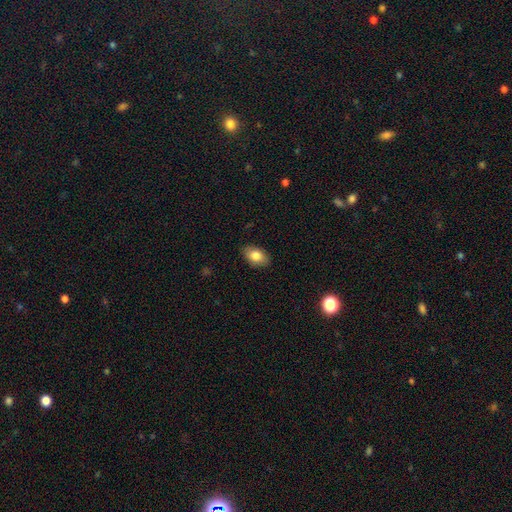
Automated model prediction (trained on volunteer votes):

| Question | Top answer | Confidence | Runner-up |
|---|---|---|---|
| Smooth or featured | smooth | 82% | featured or disk (10%) |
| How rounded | in between | 90% | round (9%) |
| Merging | none | 87% | minor disturbance (10%) |